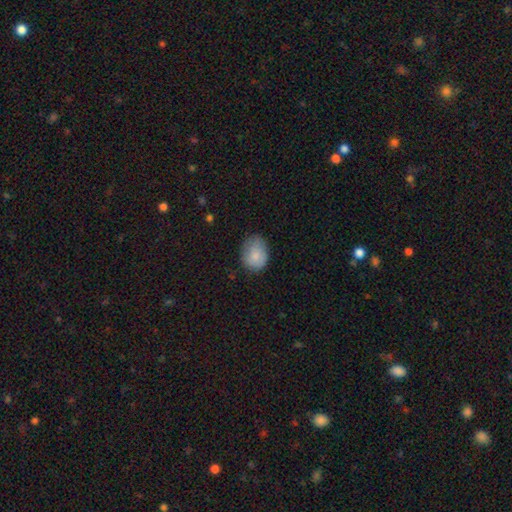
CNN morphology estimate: Smooth or featured: smooth — 83% (featured or disk — 10%)
How rounded: in between — 51% (round — 48%)
Merging: none — 63% (minor disturbance — 29%)